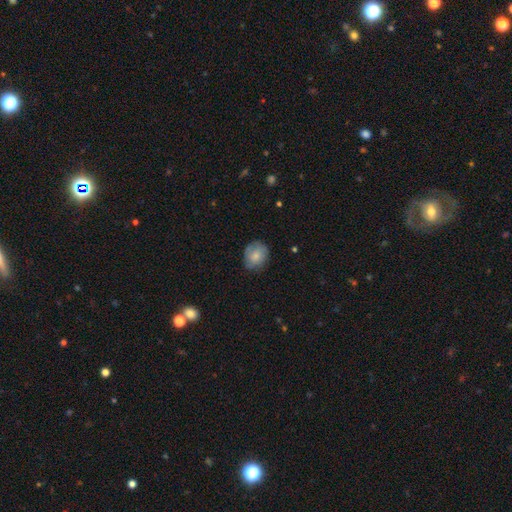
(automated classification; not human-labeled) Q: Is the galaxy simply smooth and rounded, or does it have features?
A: smooth — 74%.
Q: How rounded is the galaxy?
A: round — 61%.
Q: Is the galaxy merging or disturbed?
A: none — 72%.